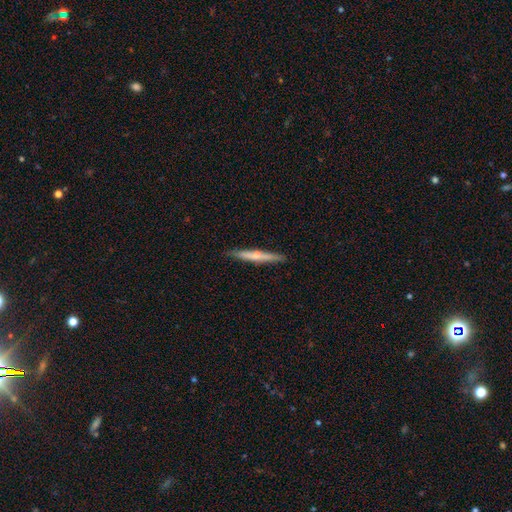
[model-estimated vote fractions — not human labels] Smooth or featured: smooth — 49% (featured or disk — 45%)
Merging: none — 88% (minor disturbance — 9%)